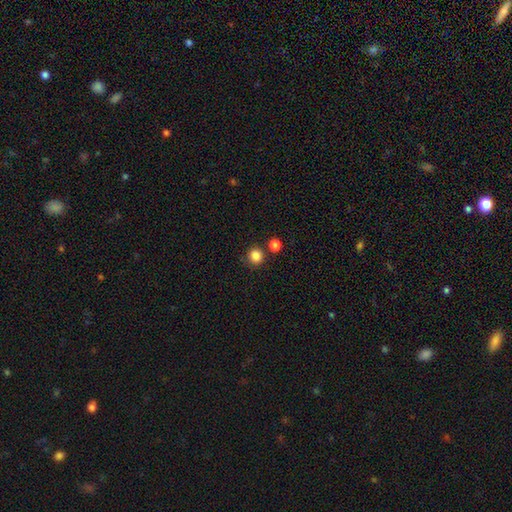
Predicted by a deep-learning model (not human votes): Smooth or featured: smooth — 85% (star or artifact — 12%)
How rounded: round — 93% (in between — 6%)
Merging: none — 81% (merger — 9%)